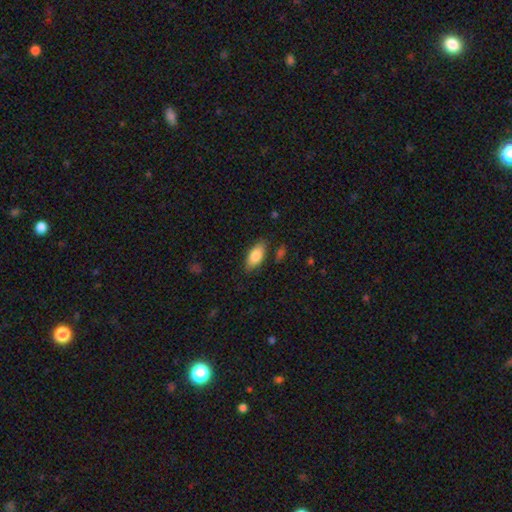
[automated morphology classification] Smooth or featured? Predicted: smooth (p=0.82). How rounded? Predicted: in between (p=0.87). Merging? Predicted: none (p=0.82).